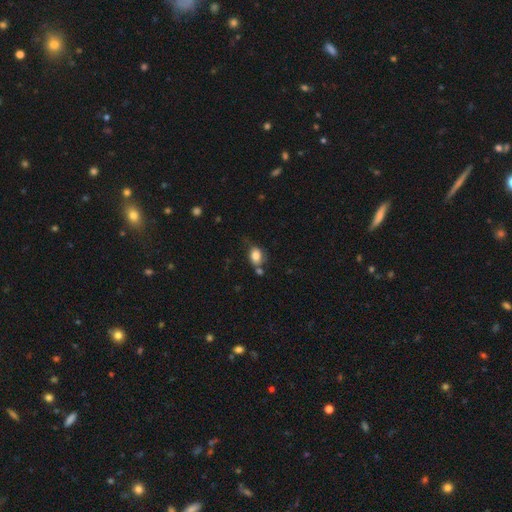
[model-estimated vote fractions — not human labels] This is likely a smooth galaxy (79%). How rounded: likely in between (69%). Merging: possibly none (48%).